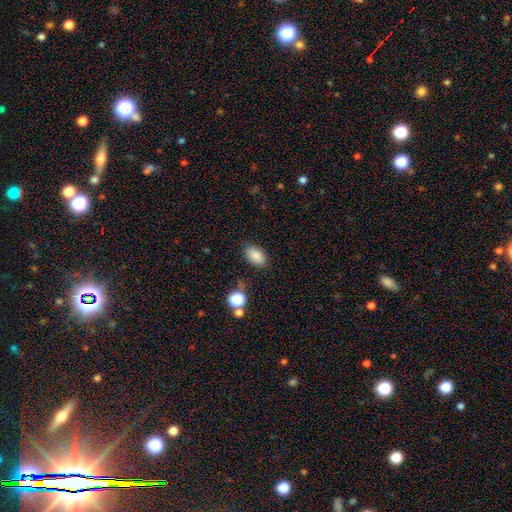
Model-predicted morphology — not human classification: This appears to be a smooth galaxy with no disk features (85%) that is in between round and cigar-shaped (91%). Merging: none (82%).